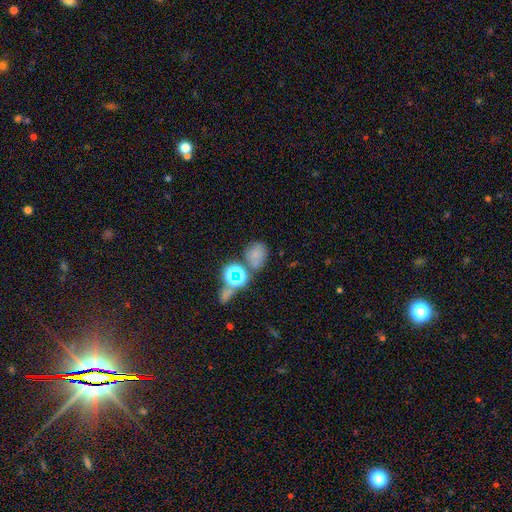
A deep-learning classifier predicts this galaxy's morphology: Smooth or featured? Predicted: smooth (p=0.60). How rounded? Predicted: round (p=0.51). Merging? Predicted: none (p=0.55).